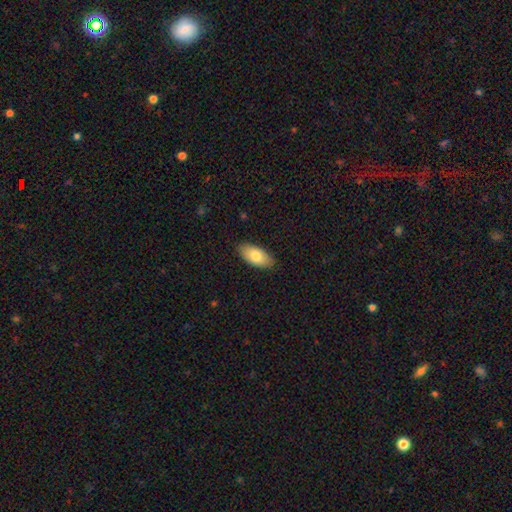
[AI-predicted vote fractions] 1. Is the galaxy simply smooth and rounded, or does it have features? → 79% smooth, 16% featured or disk, 6% star or artifact.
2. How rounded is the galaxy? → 92% in between, 5% cigar-shaped, 2% round.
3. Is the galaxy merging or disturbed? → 86% none, 11% minor disturbance, 2% major disturbance, 1% merger.